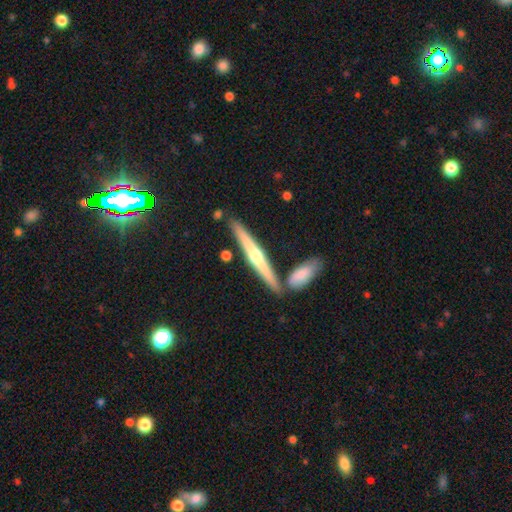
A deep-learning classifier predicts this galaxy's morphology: Smooth or featured? Predicted: featured or disk (p=0.68). Edge-on disk? Predicted: yes (p=0.97). Edge-on bulge? Predicted: rounded (p=0.89). Merging? Predicted: none (p=0.82).